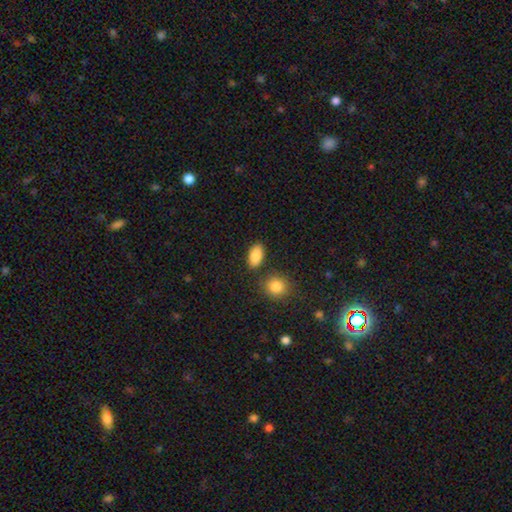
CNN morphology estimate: The model was most divided on "merging": none: 82%, minor disturbance: 10%, merger: 6%, major disturbance: 3%. More confident: how rounded — in between (90%); smooth or featured — smooth (88%).